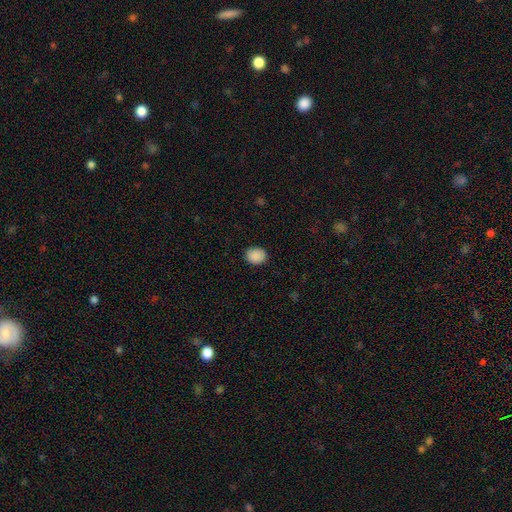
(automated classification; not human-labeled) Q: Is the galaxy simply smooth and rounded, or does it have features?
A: smooth — 89%.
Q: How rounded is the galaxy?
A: round — 59%.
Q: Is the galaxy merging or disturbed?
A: none — 88%.